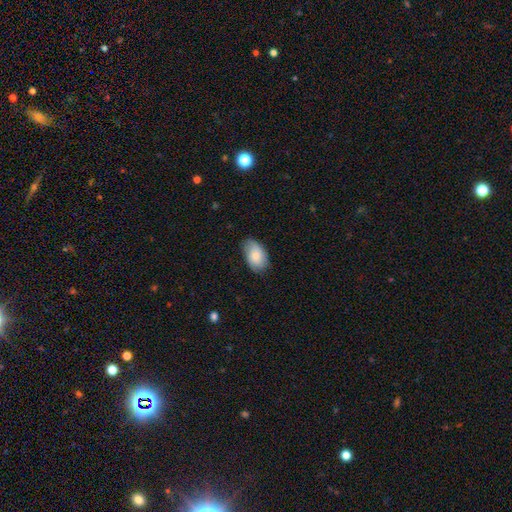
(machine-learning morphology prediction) type=smooth (79%); roundness=in between (92%); merging=none (69%).